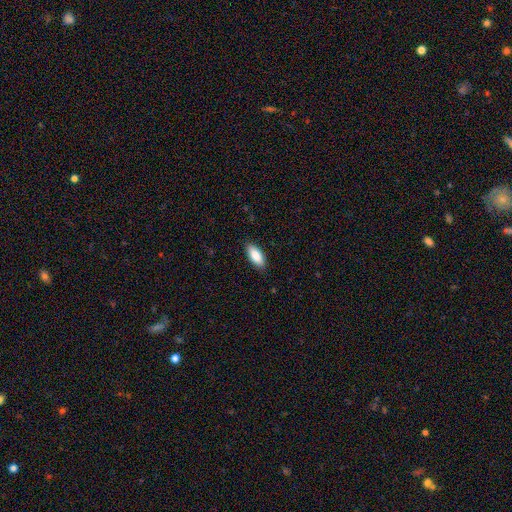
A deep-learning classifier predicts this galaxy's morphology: Overall: smooth (87%). How rounded: in between (84%). Merging: none (87%).